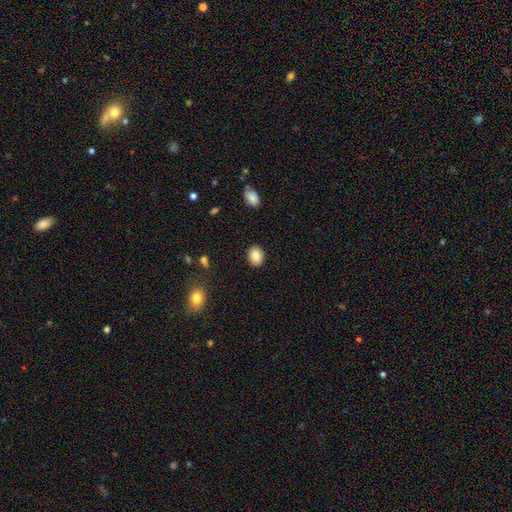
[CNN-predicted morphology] The model was most divided on "how rounded": in between: 61%, round: 38%, cigar-shaped: 1%. More confident: merging — none (89%); smooth or featured — smooth (87%).